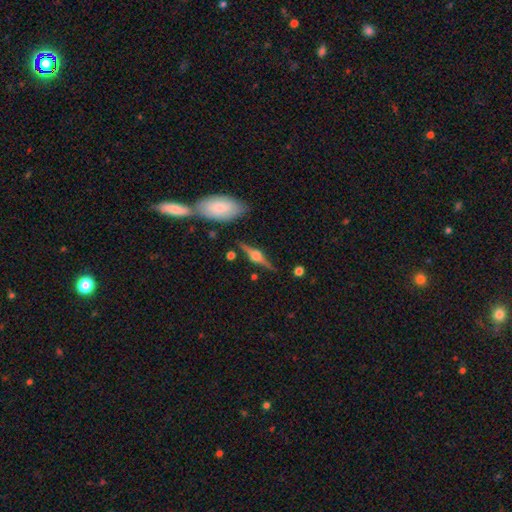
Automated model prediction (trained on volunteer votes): smooth_or_featured: featured or disk (p=0.82) [alt: smooth p=0.12]
disk_edge_on: yes (p=0.97) [alt: no p=0.03]
edge_on_bulge: rounded (p=0.93) [alt: boxy p=0.05]
merging: none (p=0.85) [alt: minor disturbance p=0.09]